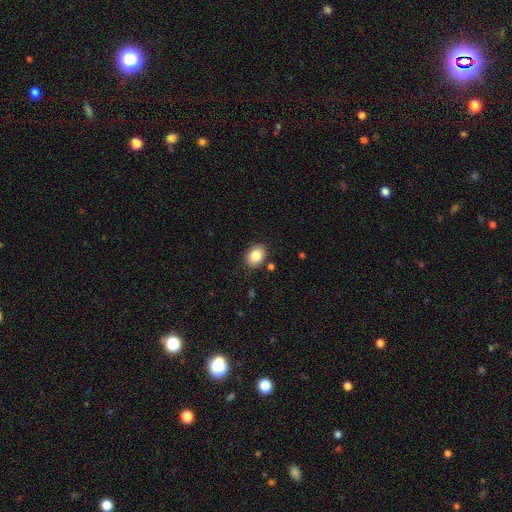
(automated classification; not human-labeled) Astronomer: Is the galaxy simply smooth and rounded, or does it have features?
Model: smooth — 85%.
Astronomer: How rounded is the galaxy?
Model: in between — 63%.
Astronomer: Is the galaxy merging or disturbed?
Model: none — 86%.